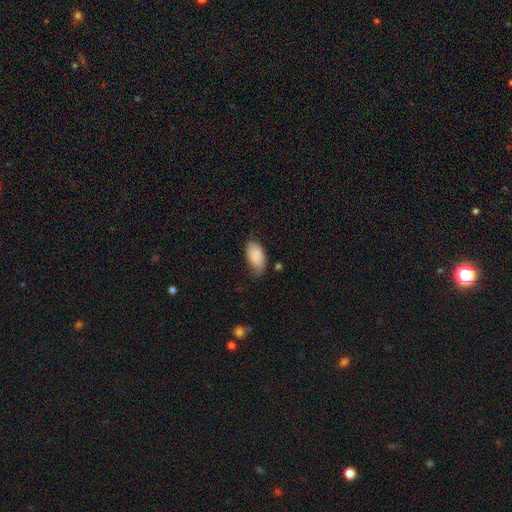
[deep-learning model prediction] smooth-or-featured: smooth: 86% | featured or disk: 7% | star or artifact: 6%
  how-rounded: in between: 95% | round: 3% | cigar-shaped: 2%
  merging: none: 53% | minor disturbance: 36% | major disturbance: 8% | merger: 2%